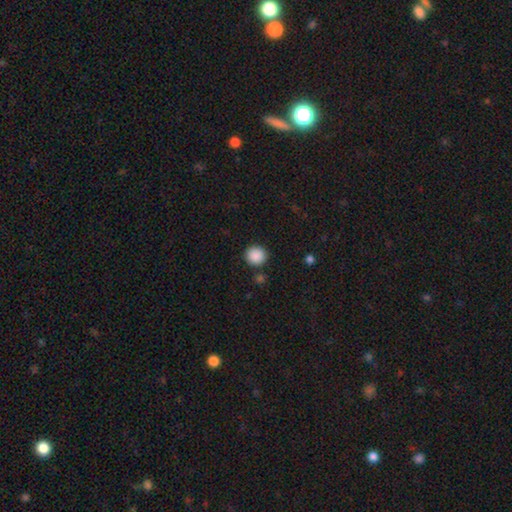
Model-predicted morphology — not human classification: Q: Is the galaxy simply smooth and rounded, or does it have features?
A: smooth — 89%.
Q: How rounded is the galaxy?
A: round — 91%.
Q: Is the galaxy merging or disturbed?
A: none — 87%.